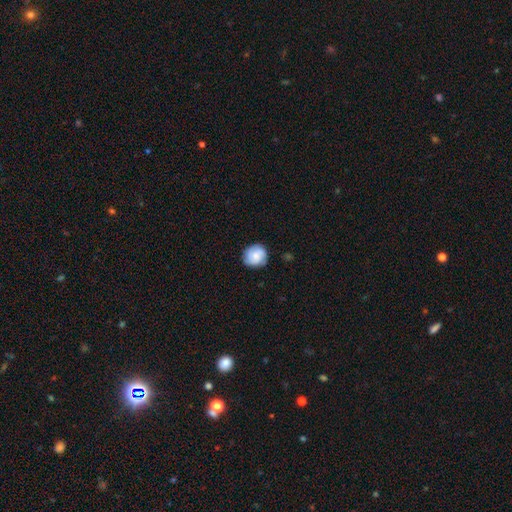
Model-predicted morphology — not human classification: smooth-or-featured: smooth: 65% | featured or disk: 27% | star or artifact: 8%
  how-rounded: round: 84% | in between: 15% | cigar-shaped: 1%
  merging: none: 80% | minor disturbance: 15% | major disturbance: 3% | merger: 1%